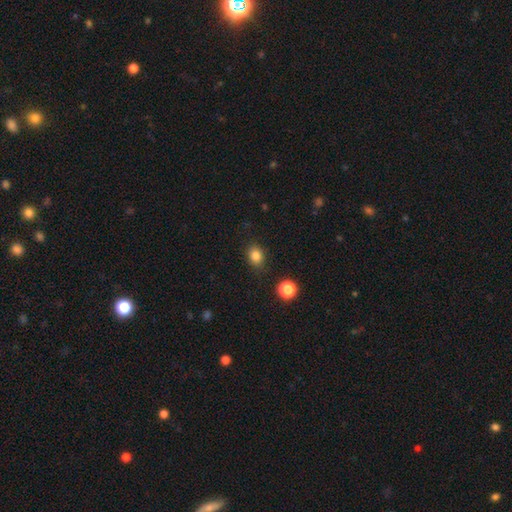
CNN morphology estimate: The model was most divided on "how rounded": round: 53%, in between: 46%, cigar-shaped: 1%. More confident: merging — none (85%); smooth or featured — smooth (83%).